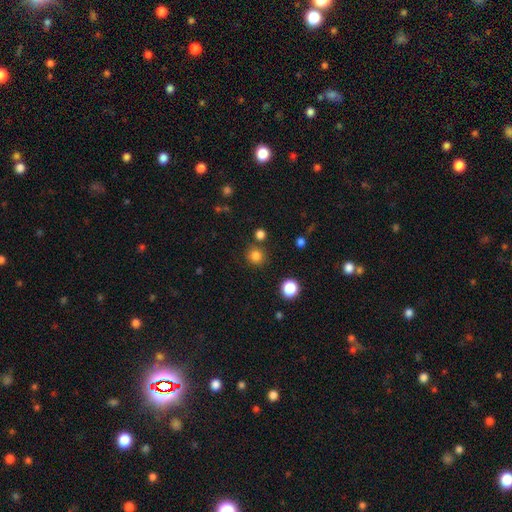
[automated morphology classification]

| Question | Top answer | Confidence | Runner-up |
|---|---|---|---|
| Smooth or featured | smooth | 82% | star or artifact (14%) |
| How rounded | round | 91% | in between (8%) |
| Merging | none | 84% | minor disturbance (8%) |